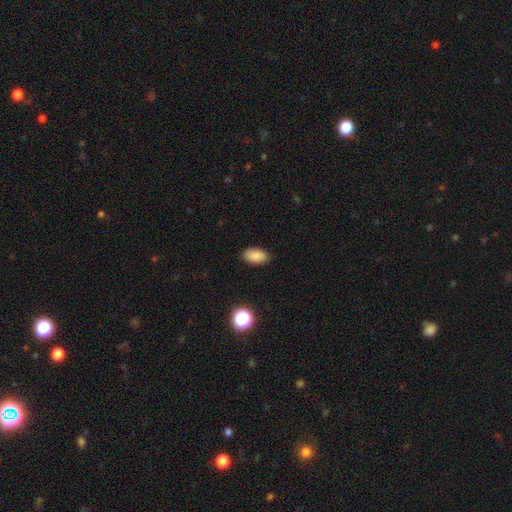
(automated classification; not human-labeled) Smooth or featured? smooth (86%)
How rounded? in between (93%)
Merging? none (87%)